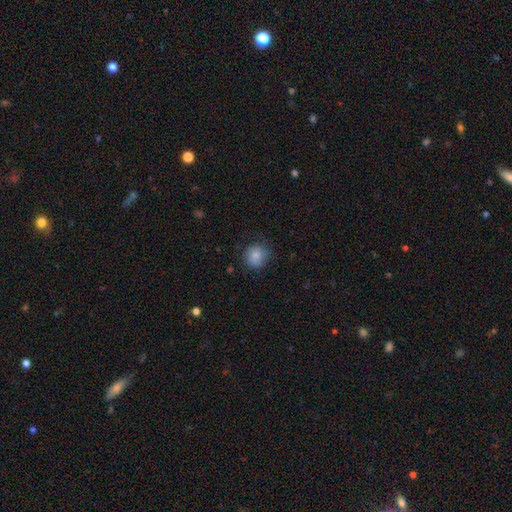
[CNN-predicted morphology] type=smooth (84%); roundness=round (86%); merging=none (75%).